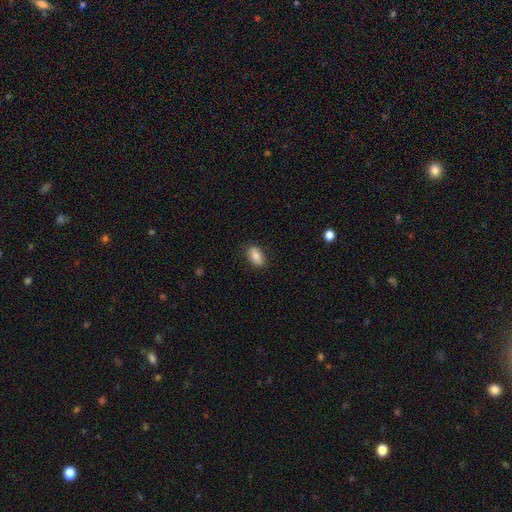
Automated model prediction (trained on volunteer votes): Smooth or featured? smooth (83%)
How rounded? in between (91%)
Merging? none (85%)